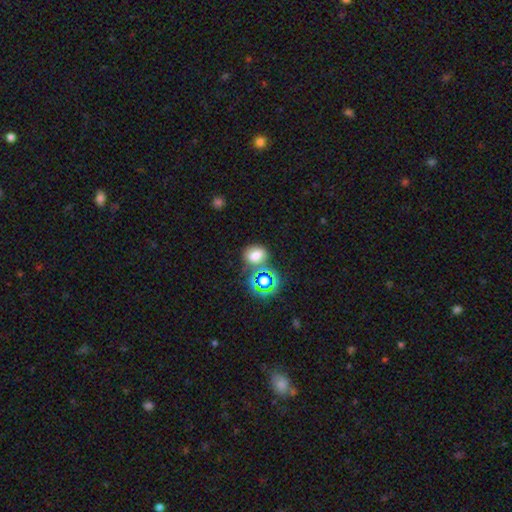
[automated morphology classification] type=smooth (66%); roundness=round (52%); merging=none (65%).